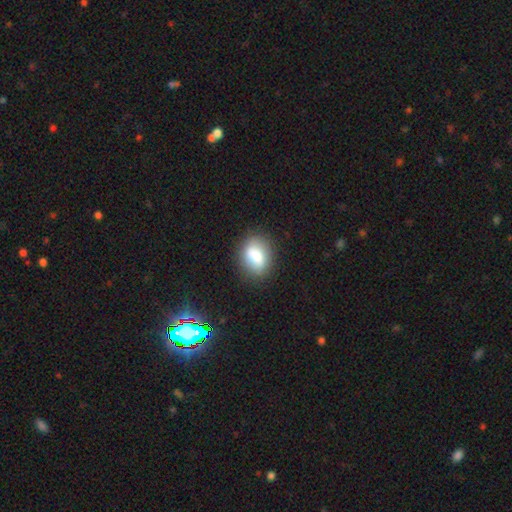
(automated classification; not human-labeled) This is likely a smooth galaxy (77%). How rounded: likely in between (68%). Merging: likely none (73%).